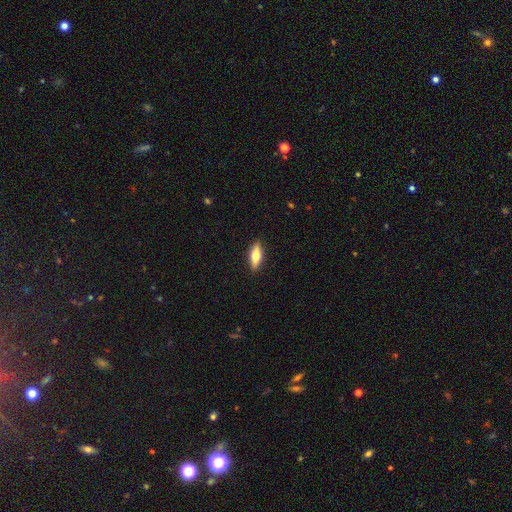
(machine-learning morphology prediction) smooth-or-featured: smooth: 64% | featured or disk: 29% | star or artifact: 6%
  how-rounded: in between: 61% | cigar-shaped: 37% | round: 3%
  merging: none: 89% | minor disturbance: 8% | major disturbance: 2% | merger: 1%